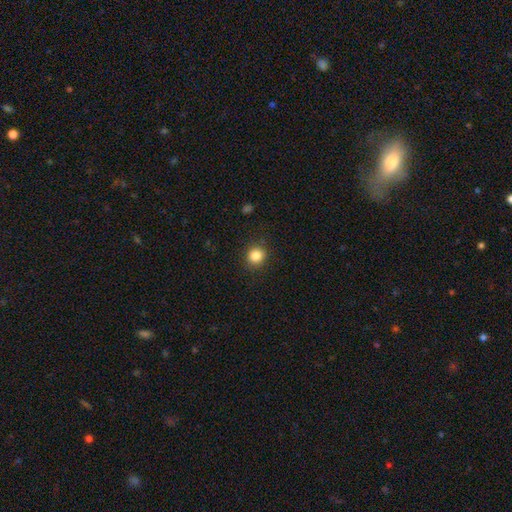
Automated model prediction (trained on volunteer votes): A smooth galaxy with no disk features (84%) that is round (85%). Merging: none (89%).